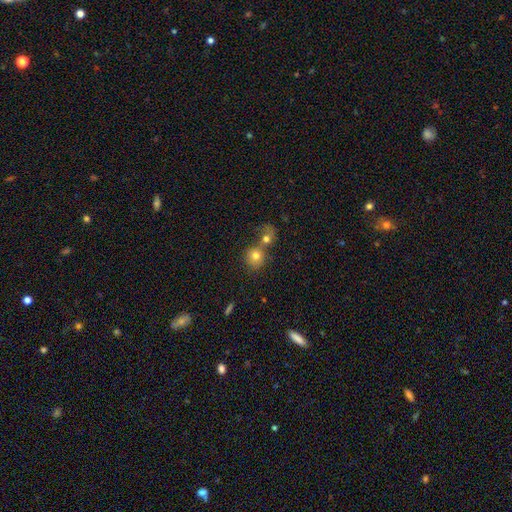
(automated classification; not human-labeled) Smooth or featured? smooth (75%)
How rounded? round (83%)
Merging? merger (53%)